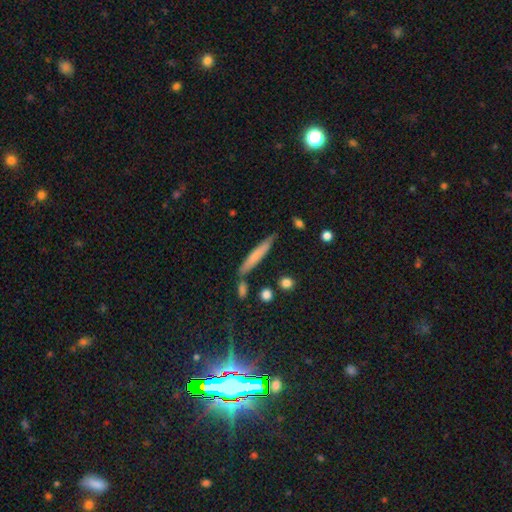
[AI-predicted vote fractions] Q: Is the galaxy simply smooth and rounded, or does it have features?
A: smooth — 65%.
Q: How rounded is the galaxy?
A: cigar-shaped — 92%.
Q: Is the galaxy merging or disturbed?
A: none — 76%.